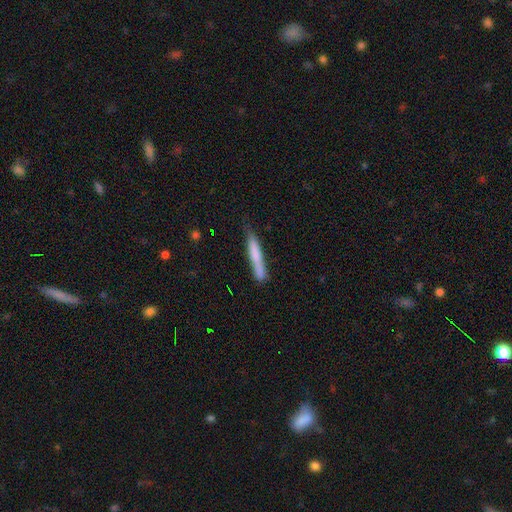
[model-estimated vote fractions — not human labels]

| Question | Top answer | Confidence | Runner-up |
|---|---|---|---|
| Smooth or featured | smooth | 70% | featured or disk (24%) |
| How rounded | cigar-shaped | 94% | in between (5%) |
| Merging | none | 67% | minor disturbance (24%) |